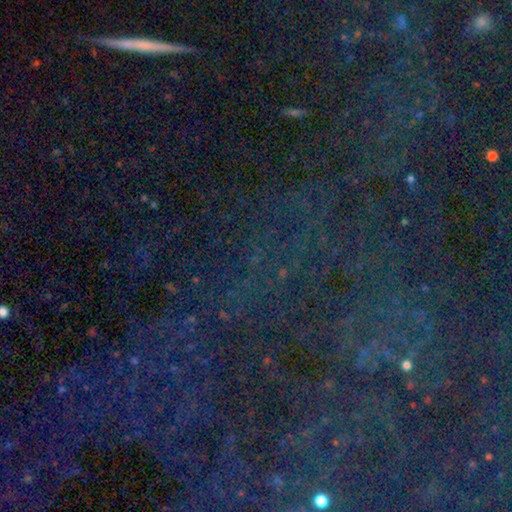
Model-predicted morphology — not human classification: This is clearly a star or artifact rather than a galaxy (81%).